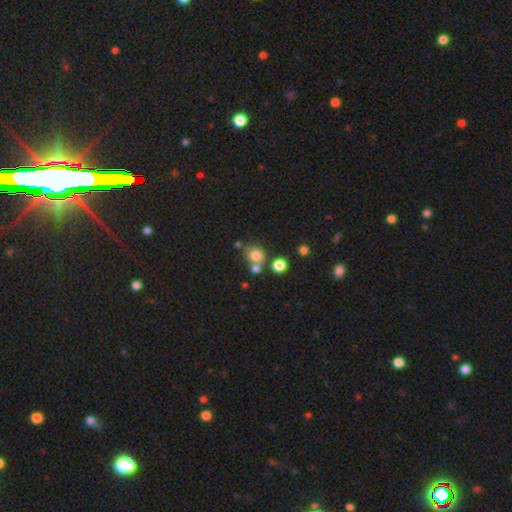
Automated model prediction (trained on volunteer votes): A smooth galaxy with no disk features (78%) that is round (77%).

Vote fractions:
- Smooth or featured? smooth: 78% / star or artifact: 14% / featured or disk: 8%
- How rounded? round: 77% / in between: 22% / cigar-shaped: 1%
- Merging? none: 56% / merger: 27% / minor disturbance: 12% / major disturbance: 5%